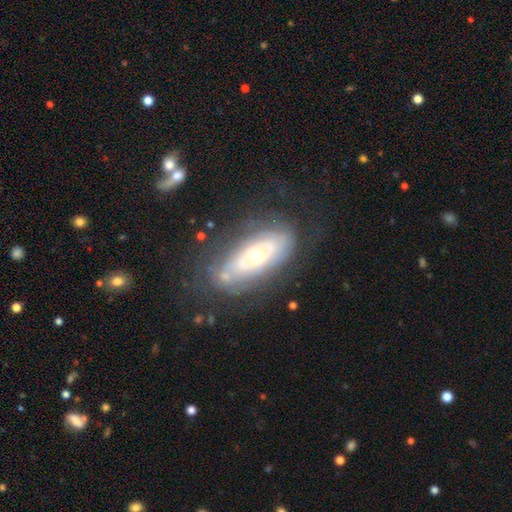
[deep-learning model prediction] Smooth or featured?
  - featured or disk: 76% *
  - smooth: 18%
  - star or artifact: 6%
Edge-on disk?
  - no: 89% *
  - yes: 11%
Bar?
  - no: 80% *
  - weak: 14%
  - strong: 6%
Spiral arms?
  - yes: 58% *
  - no: 42%
Bulge size?
  - moderate: 71% *
  - small: 18%
  - large: 8%
  - dominant: 1%
  - none: 1%
Merging?
  - none: 67% *
  - minor disturbance: 20%
  - major disturbance: 10%
  - merger: 3%